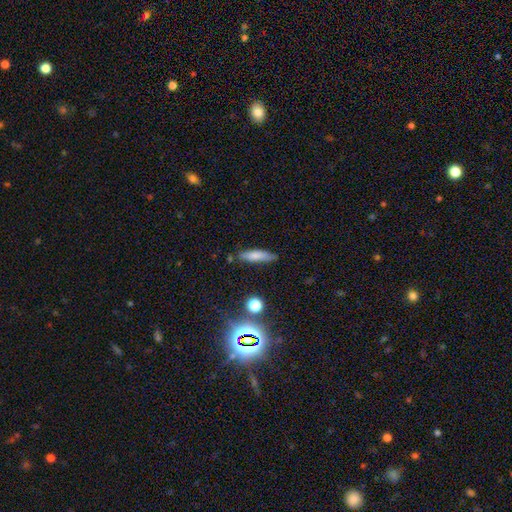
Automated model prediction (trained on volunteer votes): smooth 73%, featured or disk 18%, star or artifact 9%. Down the decision tree: how rounded — cigar-shaped (72%); merging — none (77%).